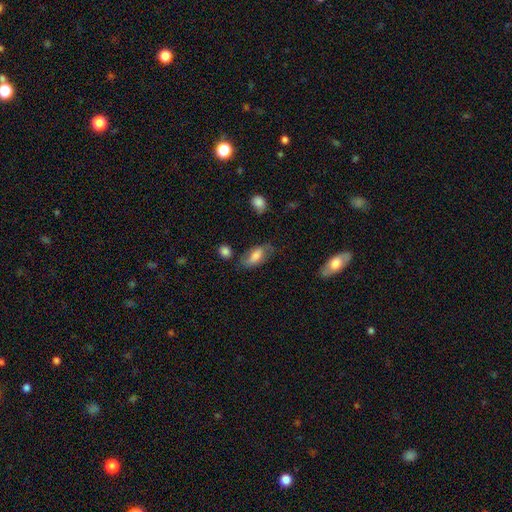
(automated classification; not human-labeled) Overall: smooth (66%; featured or disk 27%). How rounded: in between (86%). Merging: none (65%).